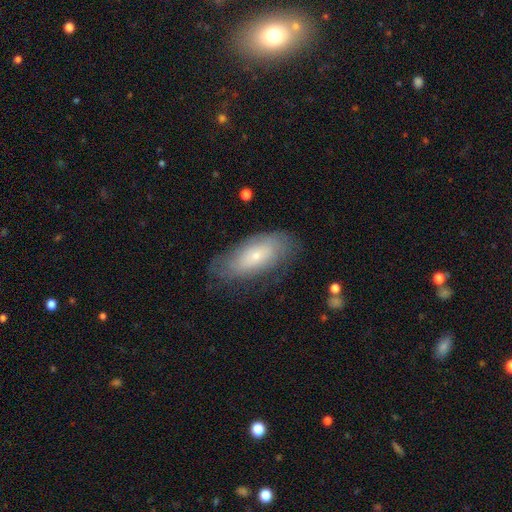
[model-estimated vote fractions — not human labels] Morphology: type=smooth (48%); merging=none (67%).